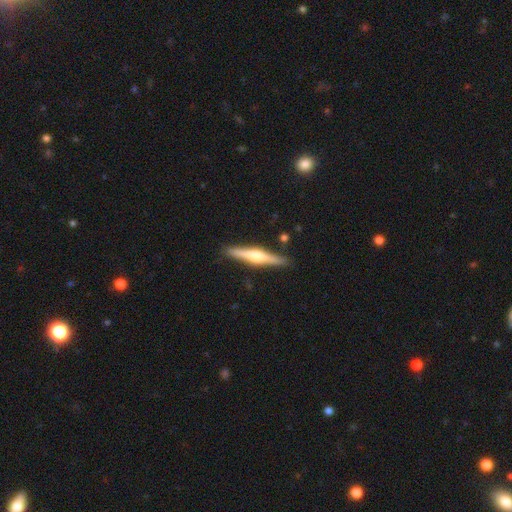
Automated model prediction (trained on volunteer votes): A featured or disk galaxy (68%) viewed edge-on (98%) with a rounded central bulge (87%). Merging: none (90%).